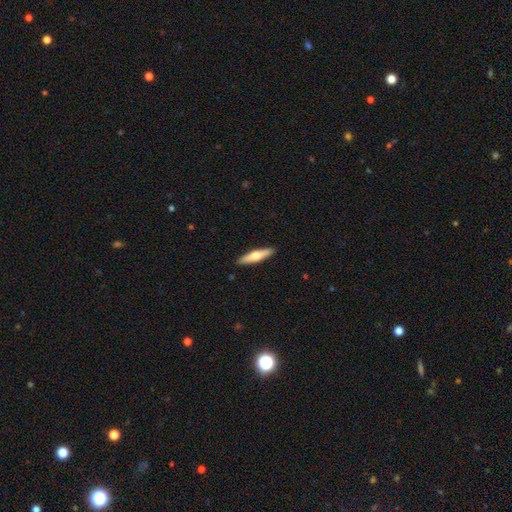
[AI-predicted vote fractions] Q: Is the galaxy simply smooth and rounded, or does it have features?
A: smooth — 52%.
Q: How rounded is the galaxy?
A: cigar-shaped — 79%.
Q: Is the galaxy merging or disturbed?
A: none — 91%.